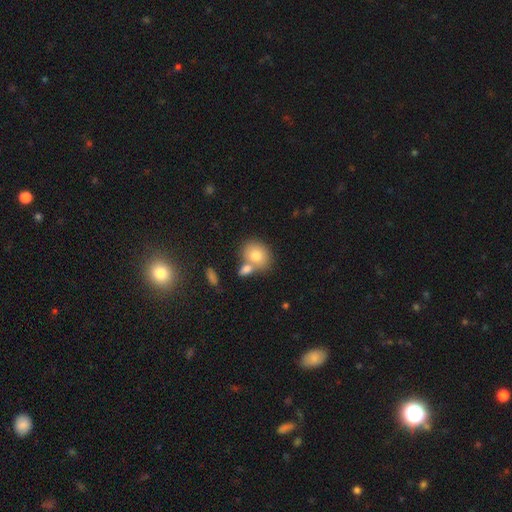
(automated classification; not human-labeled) Smooth or featured?
  - smooth: 76% *
  - featured or disk: 15%
  - star or artifact: 9%
How rounded?
  - round: 54% *
  - in between: 45%
  - cigar-shaped: 1%
Merging?
  - none: 47% *
  - merger: 39%
  - minor disturbance: 10%
  - major disturbance: 3%